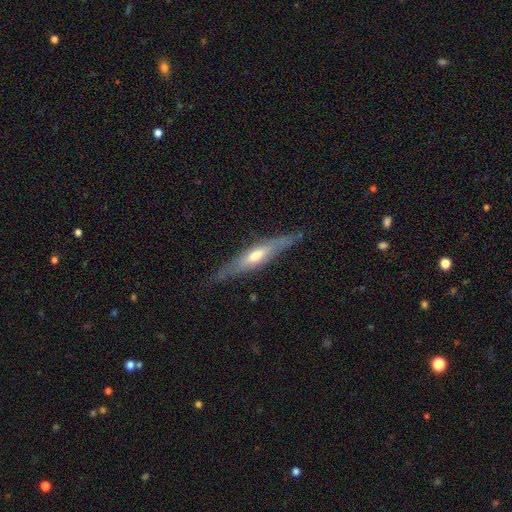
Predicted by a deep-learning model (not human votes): Morphology: type=featured or disk (64%); edge-on=yes (87%); edge-on bulge=rounded (72%); merging=none (81%).